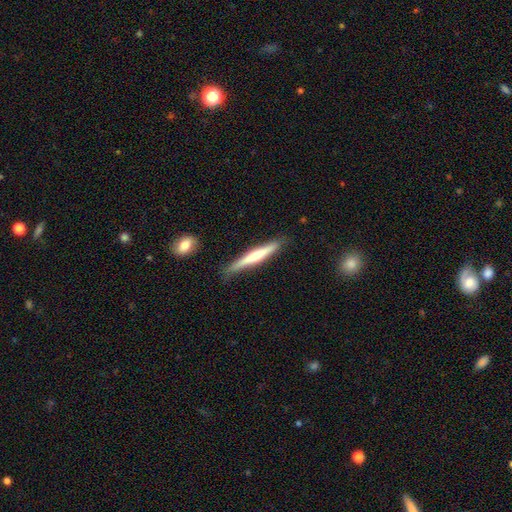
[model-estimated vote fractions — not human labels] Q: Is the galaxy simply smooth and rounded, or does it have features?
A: smooth — 48%.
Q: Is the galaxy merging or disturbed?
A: none — 82%.